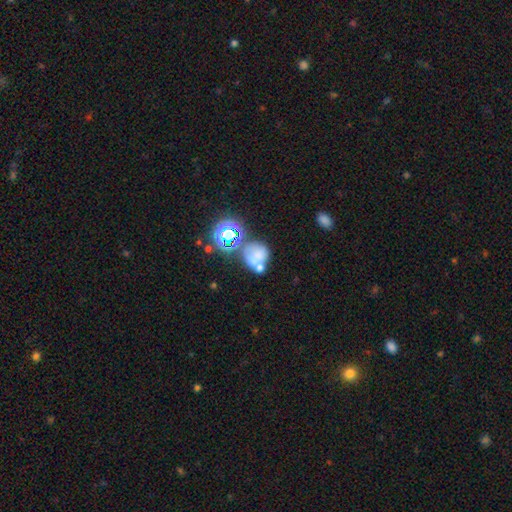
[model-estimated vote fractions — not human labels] Overall: smooth (53%; star or artifact 24%). How rounded: round (71%). Merging: merger (41%; none 33%).